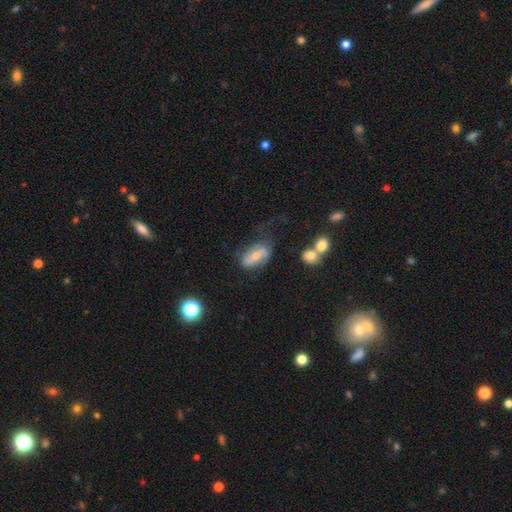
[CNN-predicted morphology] This appears to be a featured or disk galaxy (49%). Merging: none (51%).